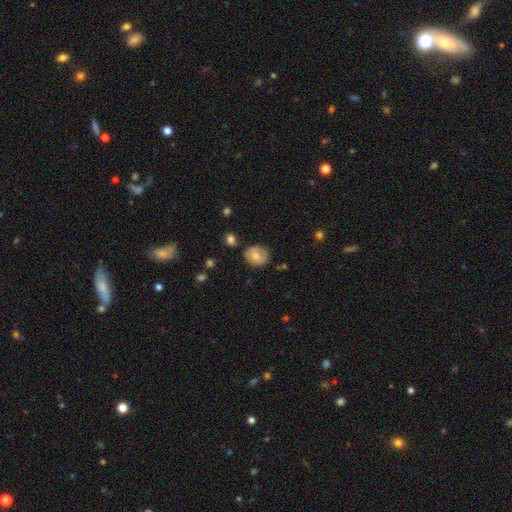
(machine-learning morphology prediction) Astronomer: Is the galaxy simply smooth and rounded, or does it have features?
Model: smooth — 67%.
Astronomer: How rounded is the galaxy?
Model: round — 73%.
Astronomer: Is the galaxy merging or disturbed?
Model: none — 75%.